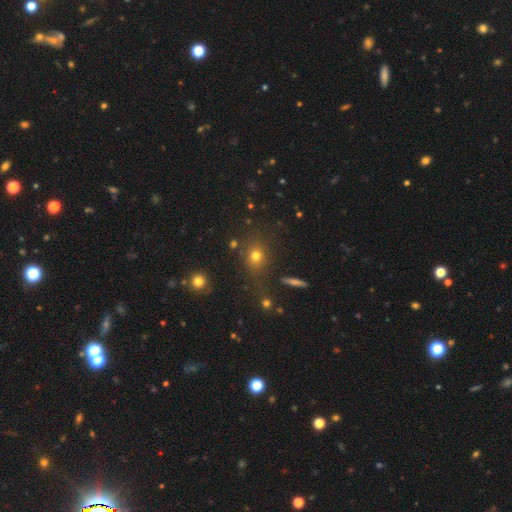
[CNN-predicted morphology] Smooth or featured: smooth — 72% (star or artifact — 18%)
How rounded: round — 70% (in between — 28%)
Merging: none — 77% (minor disturbance — 12%)